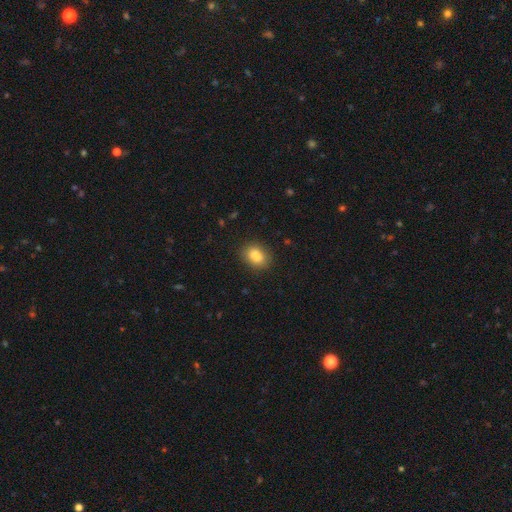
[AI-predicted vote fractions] Smooth or featured? smooth (86%)
How rounded? in between (70%)
Merging? none (86%)